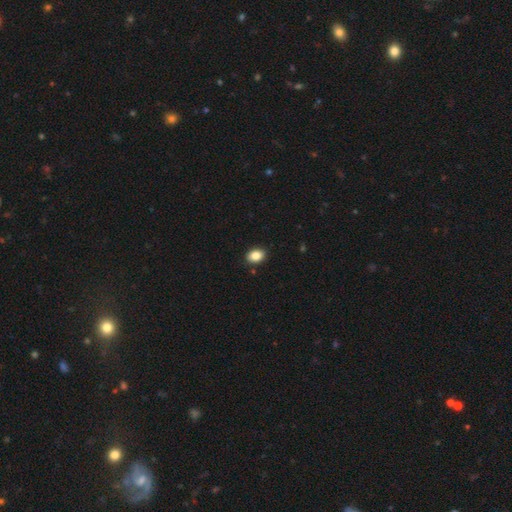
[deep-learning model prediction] Overall: smooth (87%). How rounded: in between (75%). Merging: none (89%).